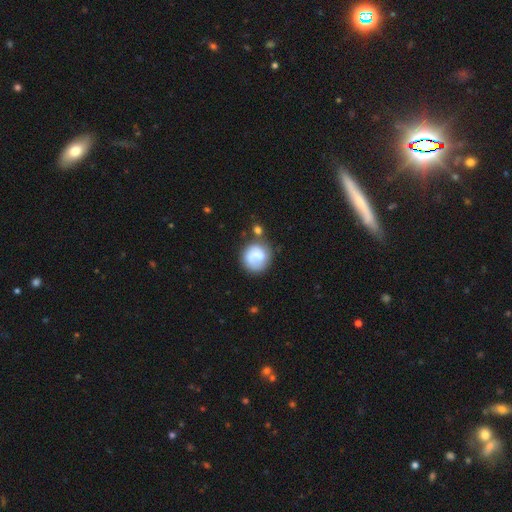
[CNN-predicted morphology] Smooth or featured?
  - smooth: 61% *
  - featured or disk: 31%
  - star or artifact: 8%
How rounded?
  - round: 85% *
  - in between: 14%
  - cigar-shaped: 1%
Merging?
  - none: 55% *
  - minor disturbance: 20%
  - major disturbance: 13%
  - merger: 12%